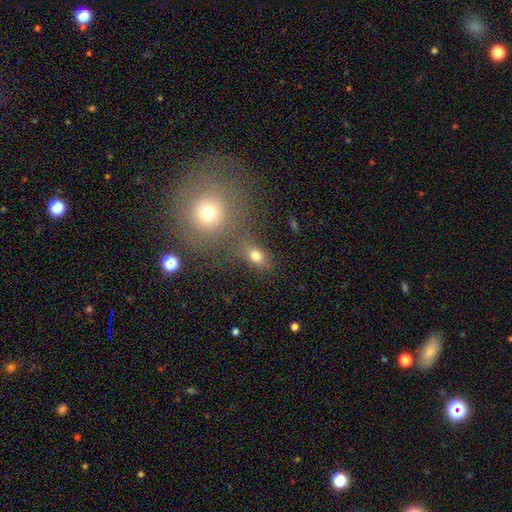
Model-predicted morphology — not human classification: Smooth or featured: smooth — 75% (star or artifact — 15%)
How rounded: in between — 70% (round — 27%)
Merging: none — 68% (merger — 15%)